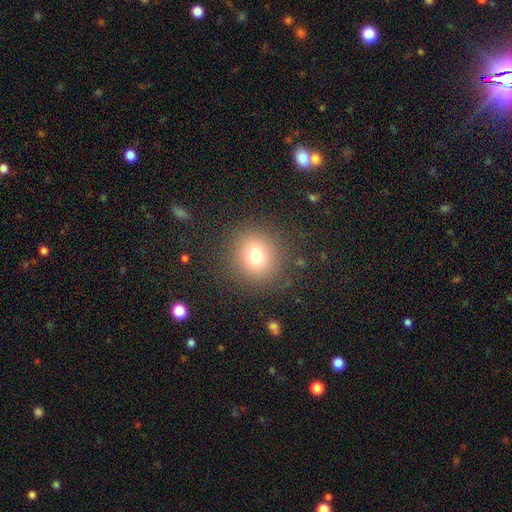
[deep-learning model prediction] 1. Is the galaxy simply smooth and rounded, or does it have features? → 74% smooth, 16% star or artifact, 10% featured or disk.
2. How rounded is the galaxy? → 92% round, 7% in between, 1% cigar-shaped.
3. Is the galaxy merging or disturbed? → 87% none, 7% minor disturbance, 4% major disturbance, 1% merger.